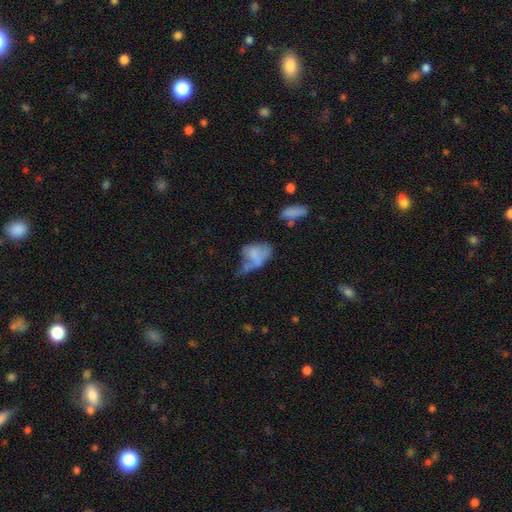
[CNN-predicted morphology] A smooth galaxy with no disk features (57%) that is in between round and cigar-shaped (84%).

Vote fractions:
- Smooth or featured? smooth: 57% / featured or disk: 32% / star or artifact: 11%
- How rounded? in between: 84% / round: 13% / cigar-shaped: 3%
- Merging? major disturbance: 39% / minor disturbance: 23% / merger: 20% / none: 18%